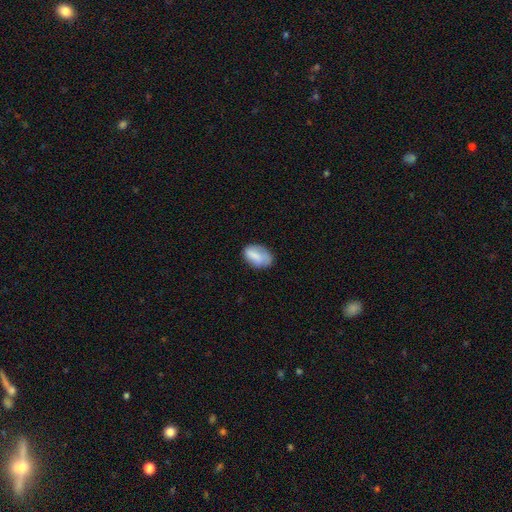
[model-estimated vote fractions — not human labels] smooth_or_featured: smooth (p=0.78) [alt: featured or disk p=0.14]
how_rounded: in between (p=0.89) [alt: round p=0.10]
merging: none (p=0.59) [alt: minor disturbance p=0.29]